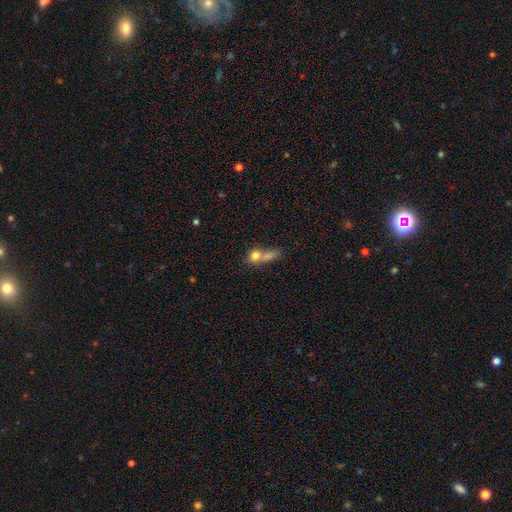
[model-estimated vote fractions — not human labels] This is likely a smooth galaxy (63%). How rounded: possibly round (50%). Merging: possibly merger (50%).